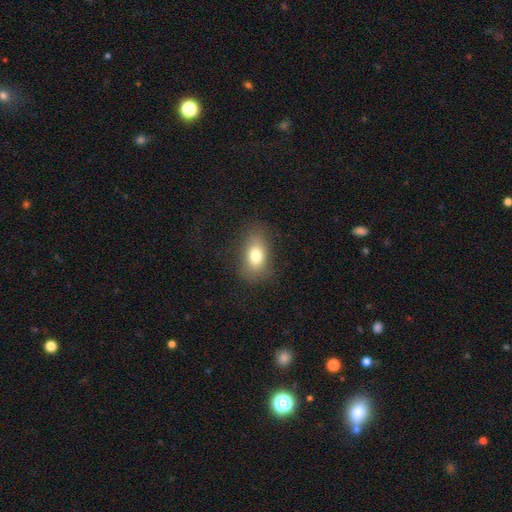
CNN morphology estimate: A smooth galaxy with no disk features (77%) that is in between round and cigar-shaped (85%). Merging: none (77%).